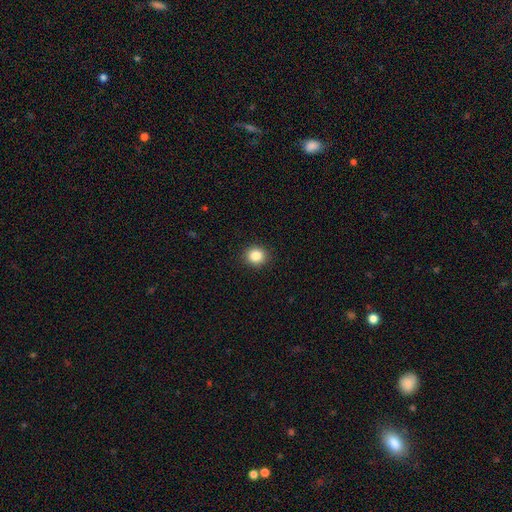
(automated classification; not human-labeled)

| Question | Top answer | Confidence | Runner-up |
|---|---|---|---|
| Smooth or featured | smooth | 85% | star or artifact (10%) |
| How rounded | round | 86% | in between (13%) |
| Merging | none | 91% | minor disturbance (6%) |